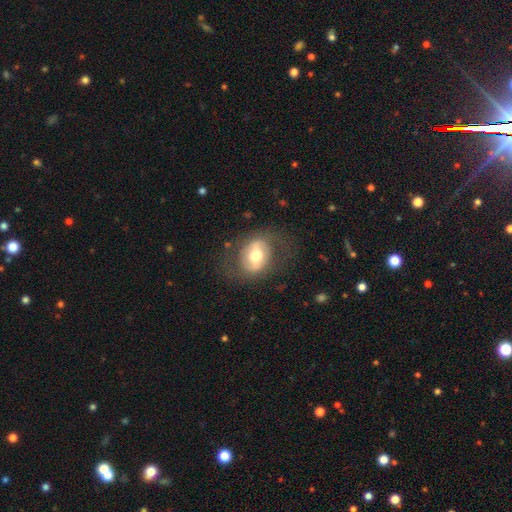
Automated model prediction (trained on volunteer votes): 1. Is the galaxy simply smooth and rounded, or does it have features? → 47% featured or disk, 45% smooth, 7% star or artifact.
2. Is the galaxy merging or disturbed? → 70% none, 16% minor disturbance, 13% major disturbance, 1% merger.